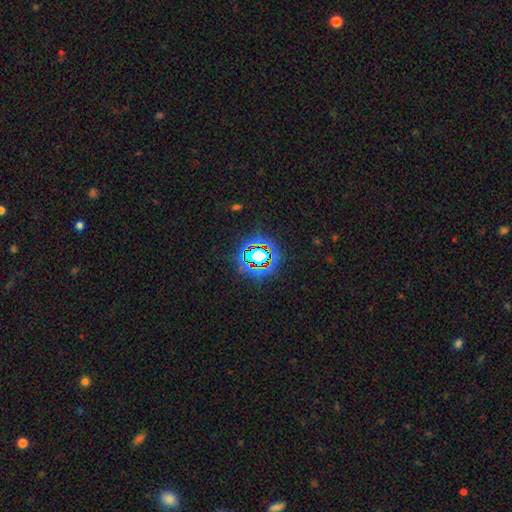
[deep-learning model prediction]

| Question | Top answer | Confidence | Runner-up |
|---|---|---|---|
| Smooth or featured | star or artifact | 68% | smooth (21%) |